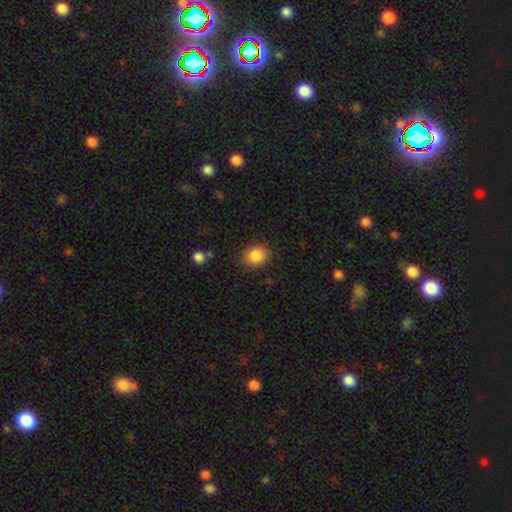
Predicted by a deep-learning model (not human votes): Morphology: type=smooth (86%); roundness=round (55%); merging=none (84%).